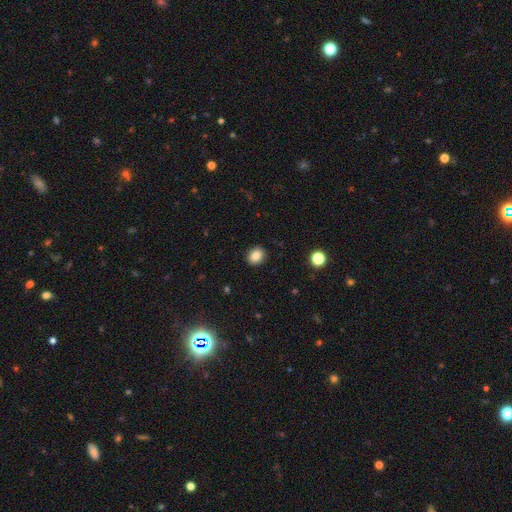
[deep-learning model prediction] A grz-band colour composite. It shows a smooth galaxy with no disk features (84%) that is round (66%). Merging: none (91%).